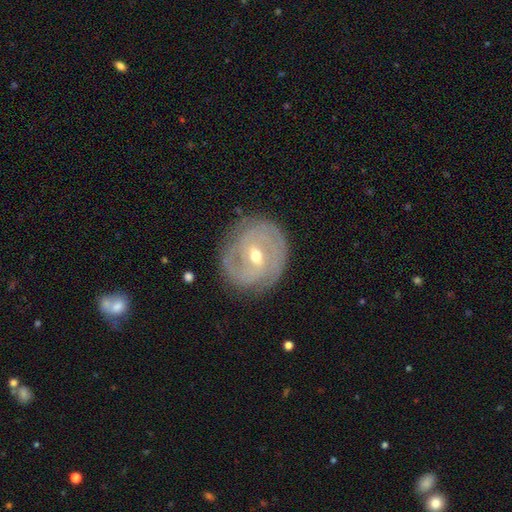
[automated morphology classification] type=featured or disk (83%); edge-on=no (96%); bar=weak (49%); spiral arms=yes (91%); winding=tight (70%); arm count=2 (38%); bulge=moderate (62%); merging=none (80%).